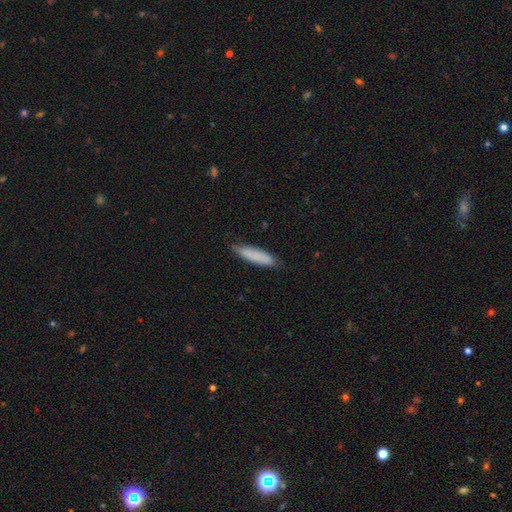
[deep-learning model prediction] This appears to be a smooth galaxy with no disk features (85%) that is cigar-shaped (79%). Merging: none (83%).